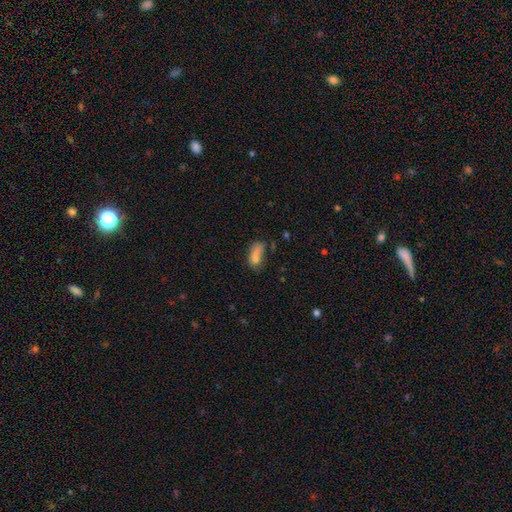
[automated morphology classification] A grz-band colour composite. It shows a smooth galaxy with no disk features (72%) that is in between round and cigar-shaped (81%). Merging: none (31%).